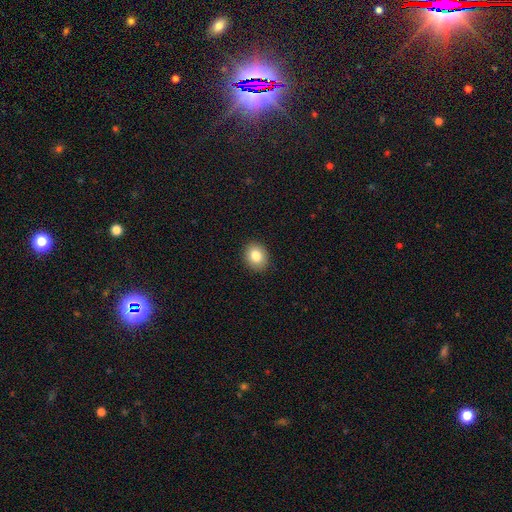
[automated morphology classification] A smooth galaxy with no disk features (82%) that is round (60%).

Vote fractions:
- Smooth or featured? smooth: 82% / star or artifact: 9% / featured or disk: 9%
- How rounded? round: 60% / in between: 39% / cigar-shaped: 1%
- Merging? none: 91% / minor disturbance: 7% / major disturbance: 2% / merger: 1%